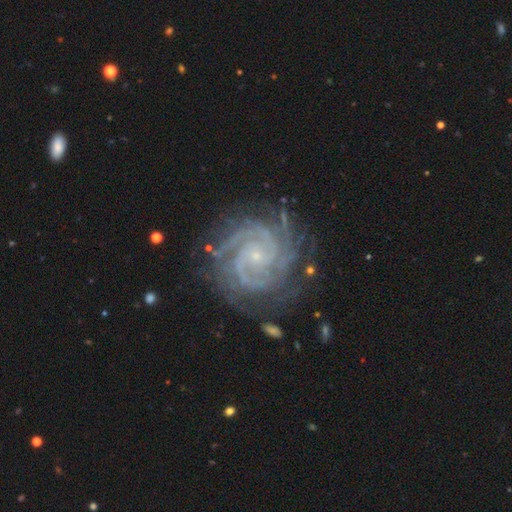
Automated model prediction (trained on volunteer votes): Smooth or featured? featured or disk (91%)
Edge-on disk? no (98%)
Bar? no (73%)
Spiral arms? yes (99%)
Spiral winding? tight (80%)
Spiral arm count? 2 (24%)
Bulge size? small (87%)
Merging? none (76%)